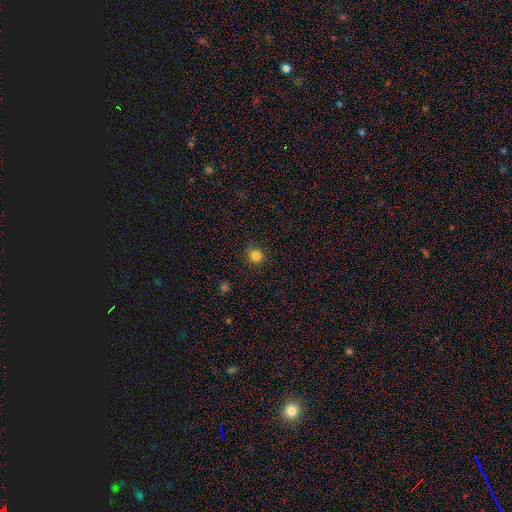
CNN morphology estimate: smooth-or-featured: smooth: 82% | star or artifact: 13% | featured or disk: 5%
  how-rounded: round: 93% | in between: 6% | cigar-shaped: 1%
  merging: none: 89% | minor disturbance: 8% | major disturbance: 2% | merger: 1%